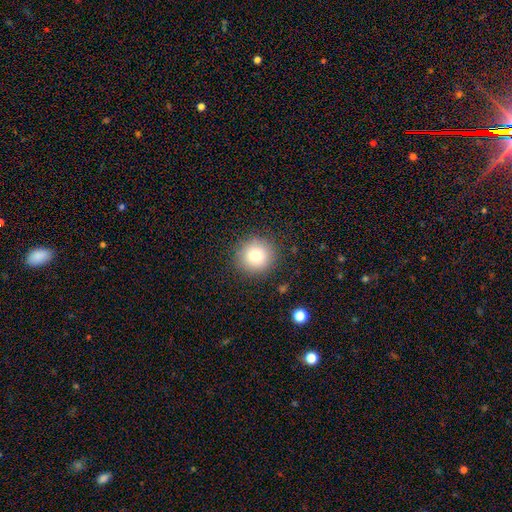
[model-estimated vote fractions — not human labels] Morphology: type=smooth (77%); roundness=round (94%); merging=none (89%).